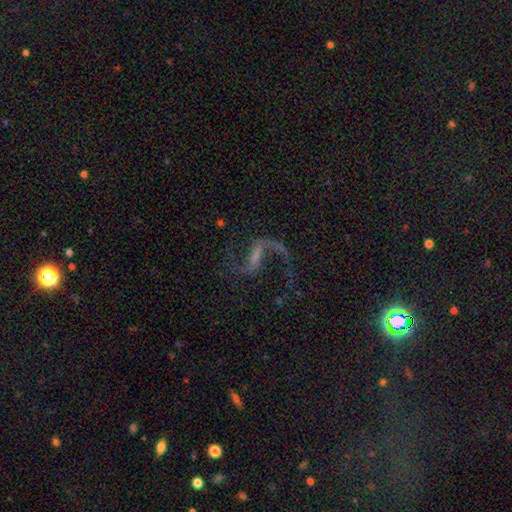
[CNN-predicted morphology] type=featured or disk (88%); edge-on=no (97%); bar=strong (51%); spiral arms=yes (96%); winding=loose (79%); arm count=2 (90%); bulge=none (45%); merging=none (71%).